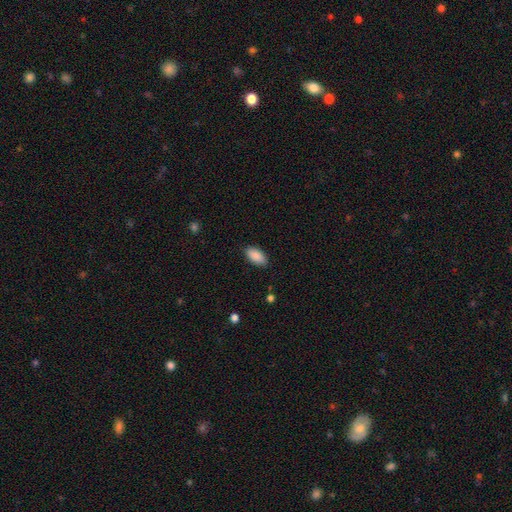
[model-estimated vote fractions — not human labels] A smooth galaxy with no disk features (89%) that is in between round and cigar-shaped (93%). Merging: none (86%).